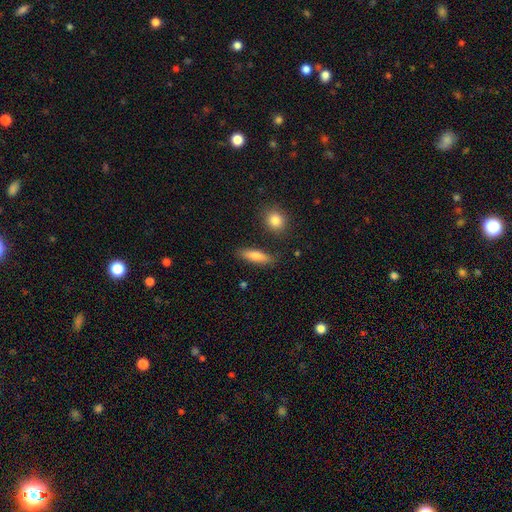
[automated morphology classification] The model was most divided on "how rounded": cigar-shaped: 54%, in between: 42%, round: 3%. More confident: merging — none (83%); smooth or featured — smooth (76%).